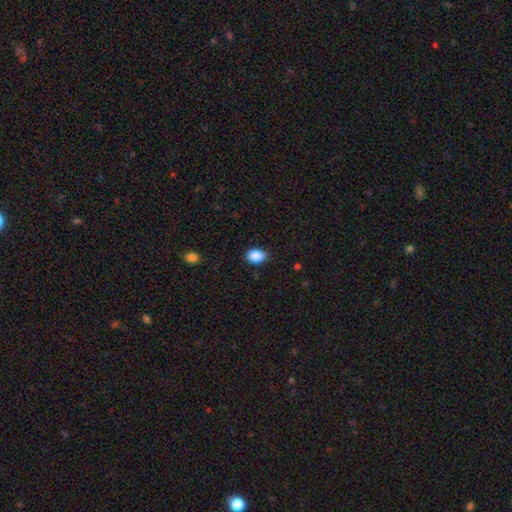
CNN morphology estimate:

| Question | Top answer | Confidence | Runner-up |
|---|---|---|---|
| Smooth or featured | smooth | 89% | star or artifact (8%) |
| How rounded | in between | 78% | round (21%) |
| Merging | none | 87% | minor disturbance (10%) |